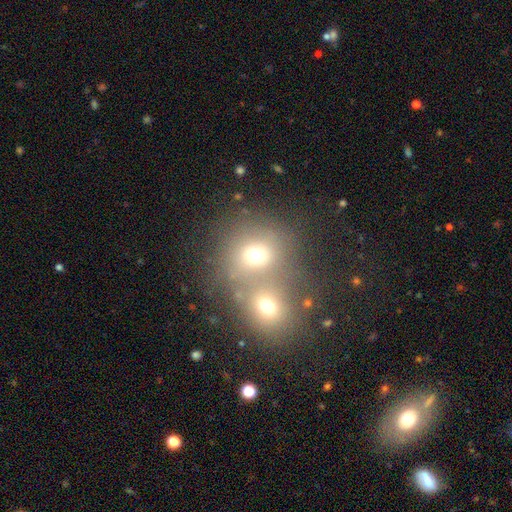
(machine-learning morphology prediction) A smooth galaxy with no disk features (66%) that is round (76%). Merging: merger (60%).